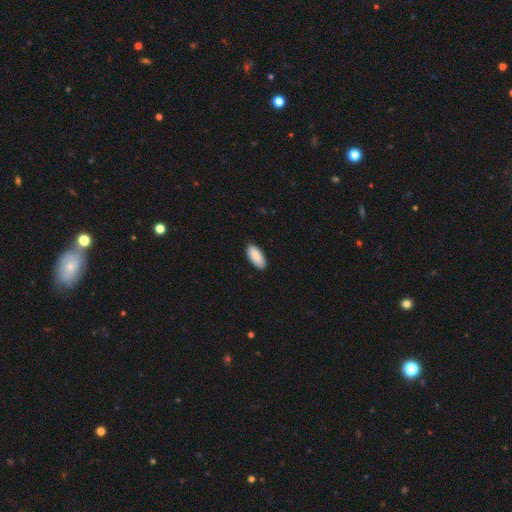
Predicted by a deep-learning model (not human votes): smooth-or-featured: smooth: 90% | star or artifact: 6% | featured or disk: 4%
  how-rounded: in between: 90% | cigar-shaped: 8% | round: 2%
  merging: none: 87% | minor disturbance: 10% | major disturbance: 2% | merger: 1%